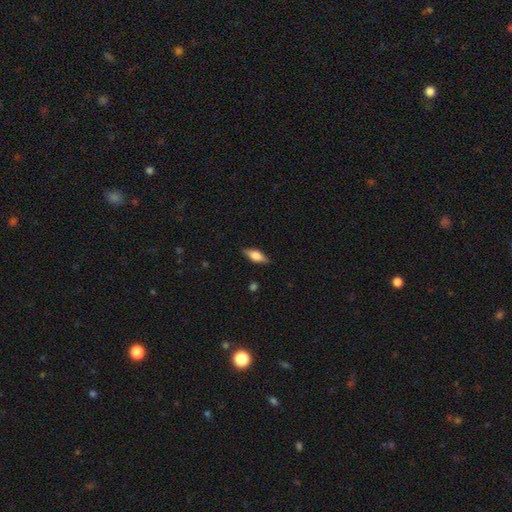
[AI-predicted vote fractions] Morphology: type=smooth (54%); roundness=in between (67%); merging=none (86%).